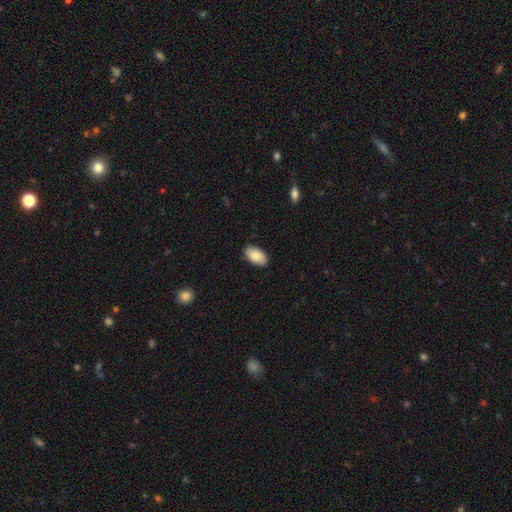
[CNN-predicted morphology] Q: Smooth or featured?
A: smooth (88%); runner-up: star or artifact (6%)
Q: How rounded?
A: in between (95%); runner-up: round (3%)
Q: Merging?
A: none (88%); runner-up: minor disturbance (9%)